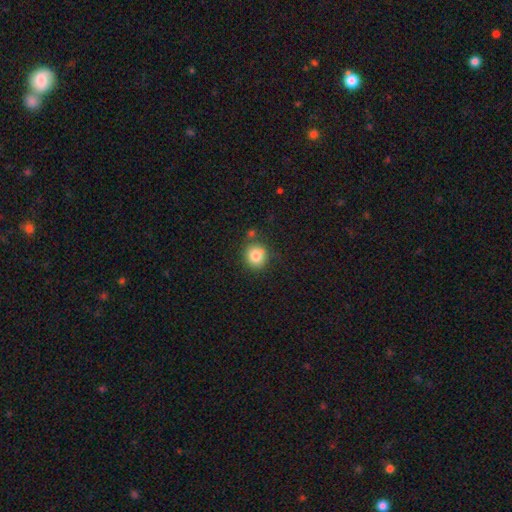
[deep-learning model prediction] A smooth galaxy with no disk features (83%) that is round (85%).

Vote fractions:
- Smooth or featured? smooth: 83% / star or artifact: 10% / featured or disk: 7%
- How rounded? round: 85% / in between: 14% / cigar-shaped: 1%
- Merging? none: 76% / minor disturbance: 13% / merger: 8% / major disturbance: 3%